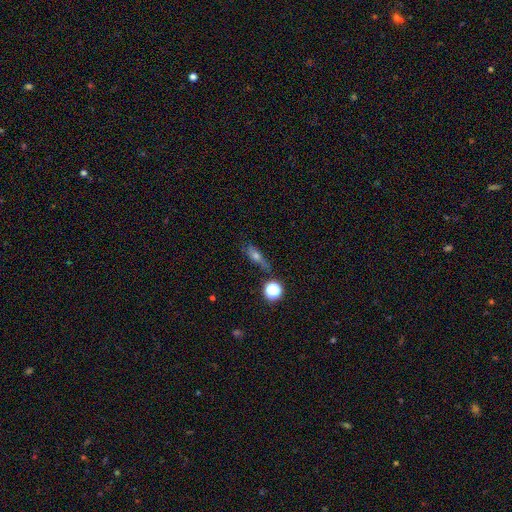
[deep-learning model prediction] Q: Smooth or featured?
A: smooth (47%); runner-up: featured or disk (35%)
Q: Merging?
A: none (69%); runner-up: minor disturbance (19%)